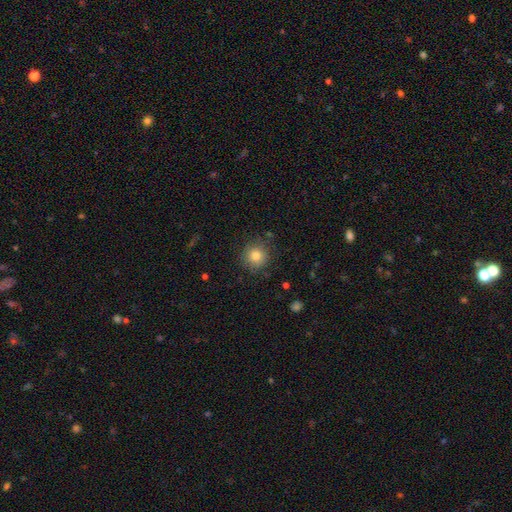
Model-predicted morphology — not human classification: A smooth galaxy with no disk features (81%) that is round (93%). Merging: none (85%).